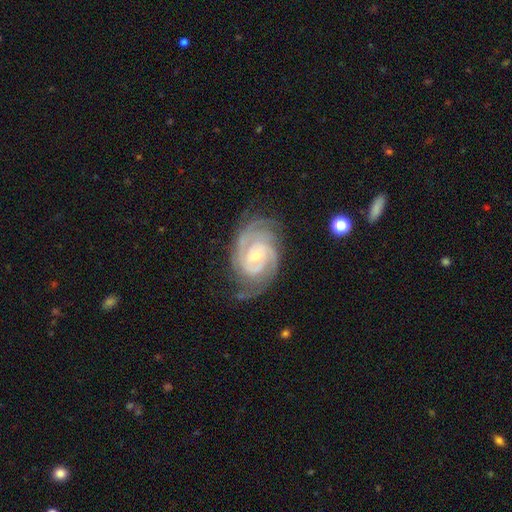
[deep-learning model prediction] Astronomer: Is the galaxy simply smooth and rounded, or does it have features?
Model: featured or disk — 91%.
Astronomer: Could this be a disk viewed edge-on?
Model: no — 97%.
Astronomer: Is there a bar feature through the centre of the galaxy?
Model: no — 43% (runner-up: weak, 42%).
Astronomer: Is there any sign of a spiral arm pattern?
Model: yes — 98%.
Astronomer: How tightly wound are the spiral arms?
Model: tight — 70%.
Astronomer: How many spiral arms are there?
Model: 2 — 34% (runner-up: 3, 27%).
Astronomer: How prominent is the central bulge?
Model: small — 63%.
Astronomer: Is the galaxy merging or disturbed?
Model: none — 70%.